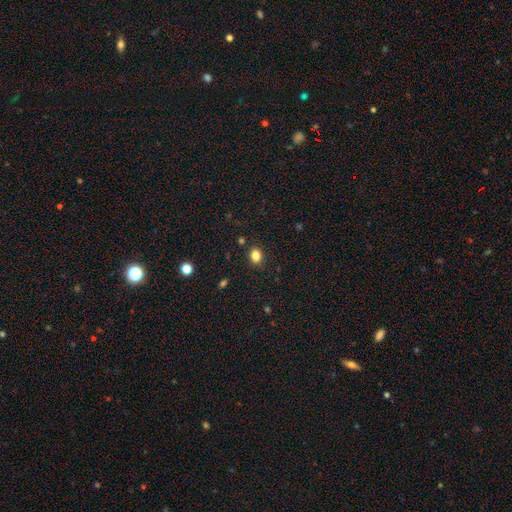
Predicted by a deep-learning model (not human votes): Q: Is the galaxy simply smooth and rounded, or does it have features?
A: smooth — 83%.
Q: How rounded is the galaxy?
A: round — 50%.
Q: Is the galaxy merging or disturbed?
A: none — 88%.